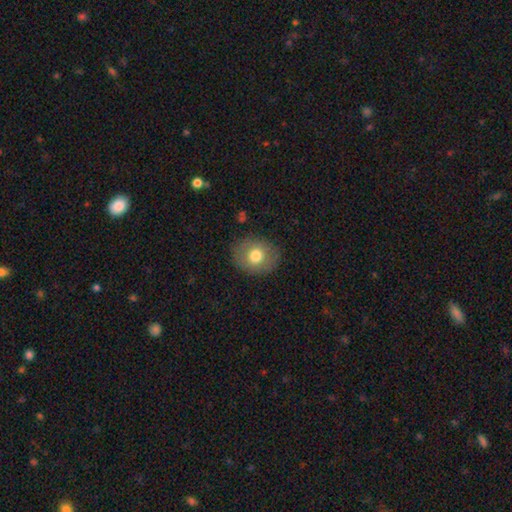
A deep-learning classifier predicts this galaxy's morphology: smooth 74%, featured or disk 17%, star or artifact 9%. Down the decision tree: how rounded — round (65%); merging — none (86%).